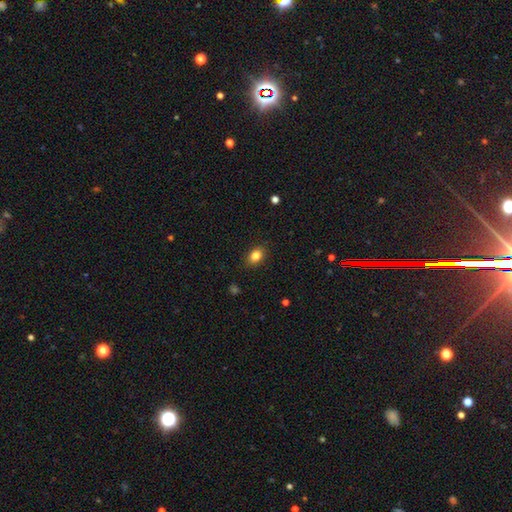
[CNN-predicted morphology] type=smooth (84%); roundness=in between (69%); merging=none (87%).